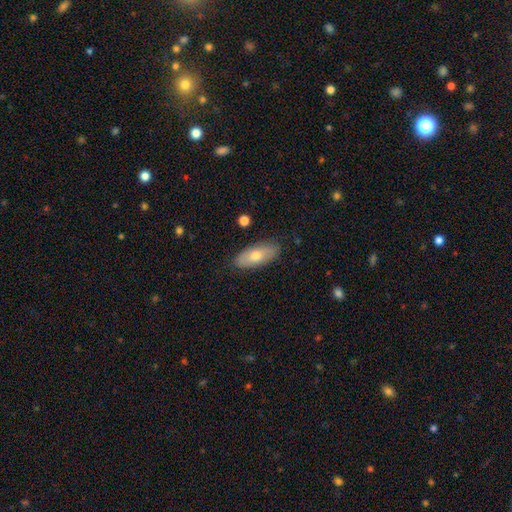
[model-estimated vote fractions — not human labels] This is likely a smooth galaxy (68%). How rounded: clearly in between (81%). Merging: clearly none (85%).